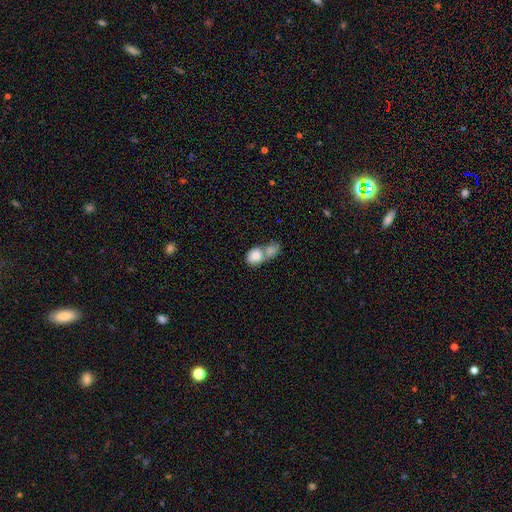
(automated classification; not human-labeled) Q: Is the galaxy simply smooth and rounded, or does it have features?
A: smooth — 80%.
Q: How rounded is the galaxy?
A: in between — 51%.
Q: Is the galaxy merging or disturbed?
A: merger — 74%.